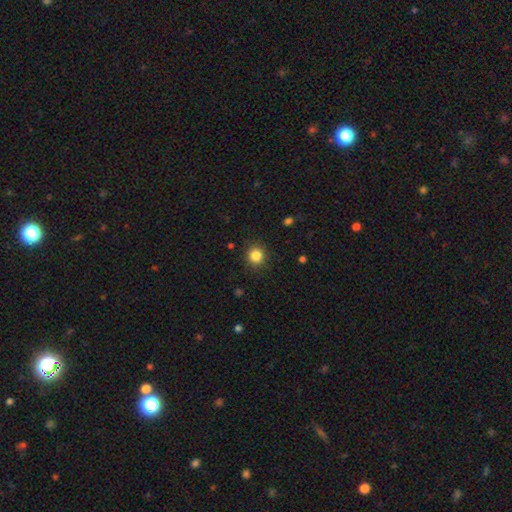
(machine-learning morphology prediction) Smooth or featured: smooth — 85% (star or artifact — 11%)
How rounded: round — 89% (in between — 10%)
Merging: none — 89% (minor disturbance — 7%)